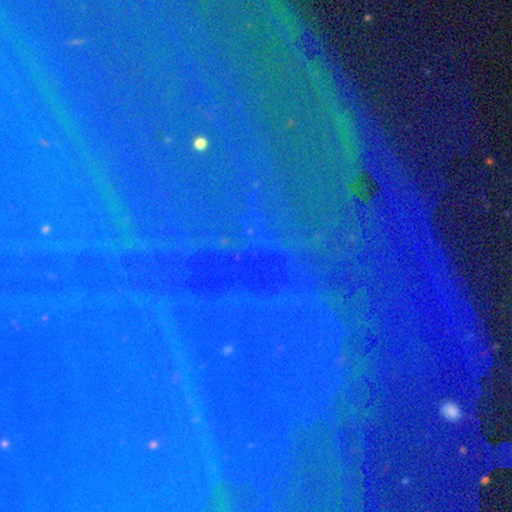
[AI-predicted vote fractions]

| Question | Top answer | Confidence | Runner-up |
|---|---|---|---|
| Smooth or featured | star or artifact | 83% | smooth (8%) |